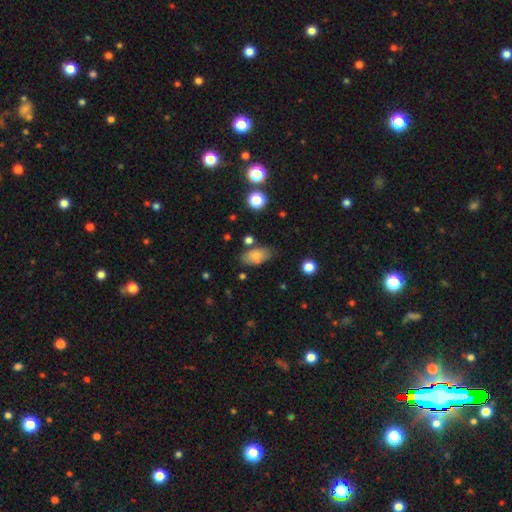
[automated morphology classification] Q: Smooth or featured?
A: smooth (78%); runner-up: featured or disk (13%)
Q: How rounded?
A: in between (91%); runner-up: round (5%)
Q: Merging?
A: none (68%); runner-up: minor disturbance (20%)